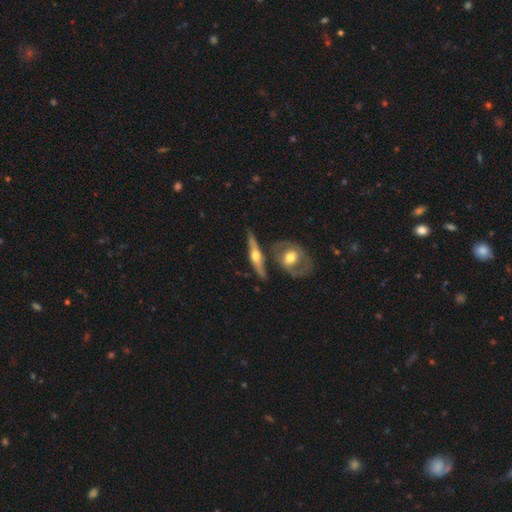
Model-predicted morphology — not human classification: This appears to be a featured or disk galaxy (70%) viewed edge-on (88%) with a rounded central bulge (94%). Merging: none (68%).